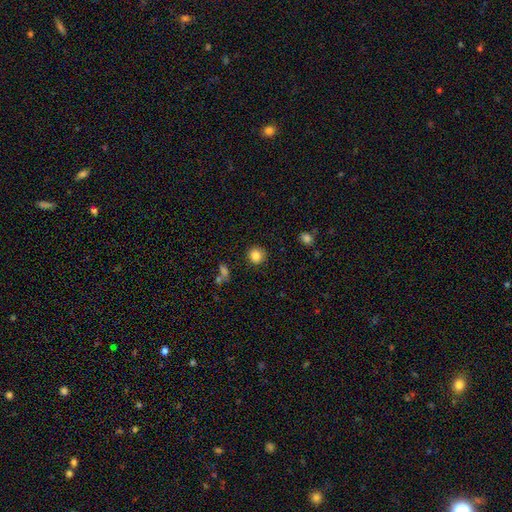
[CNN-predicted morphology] type=smooth (85%); roundness=round (90%); merging=none (88%).